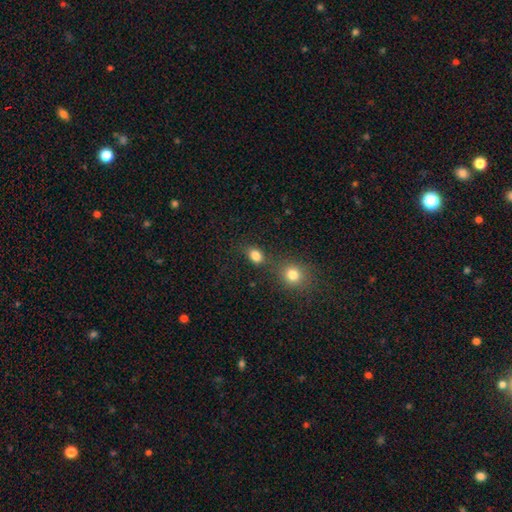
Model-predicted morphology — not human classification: The model was most divided on "how rounded": in between: 59%, round: 39%, cigar-shaped: 2%. More confident: smooth or featured — smooth (82%); merging — none (62%).